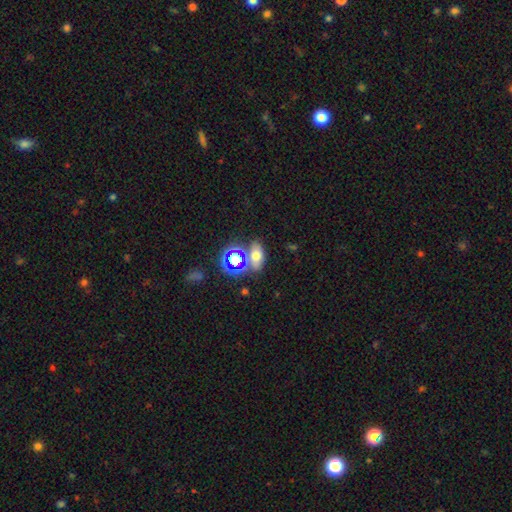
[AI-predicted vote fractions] A smooth galaxy with no disk features (58%) that is in between round and cigar-shaped (77%).

Vote fractions:
- Smooth or featured? smooth: 58% / star or artifact: 28% / featured or disk: 14%
- How rounded? in between: 77% / round: 19% / cigar-shaped: 4%
- Merging? none: 64% / merger: 21% / minor disturbance: 11% / major disturbance: 4%